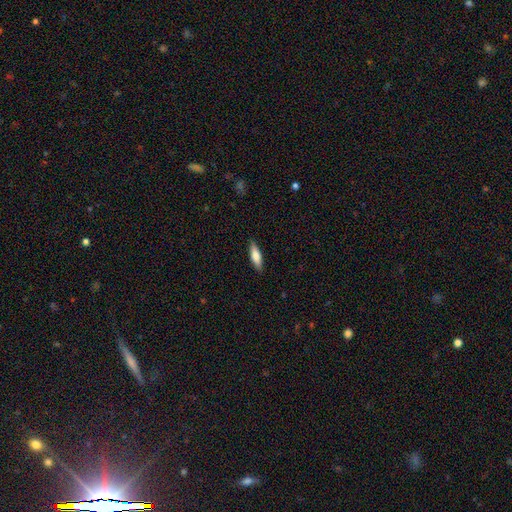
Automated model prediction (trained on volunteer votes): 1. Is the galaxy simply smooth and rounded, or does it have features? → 70% smooth, 24% featured or disk, 6% star or artifact.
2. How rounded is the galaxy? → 53% cigar-shaped, 45% in between, 2% round.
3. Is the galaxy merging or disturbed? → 88% none, 9% minor disturbance, 2% major disturbance, 1% merger.